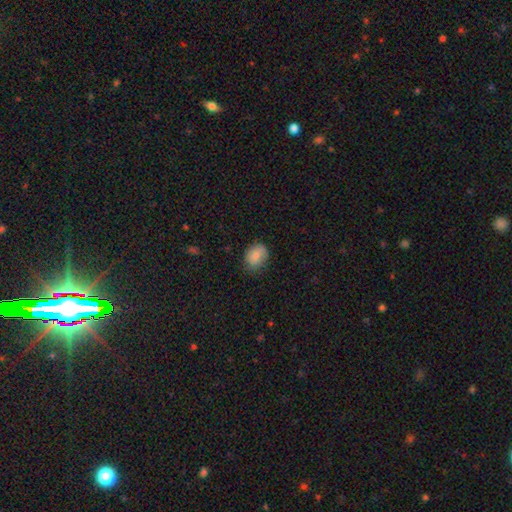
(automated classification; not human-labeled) Morphology: type=smooth (83%); roundness=in between (60%); merging=none (74%).